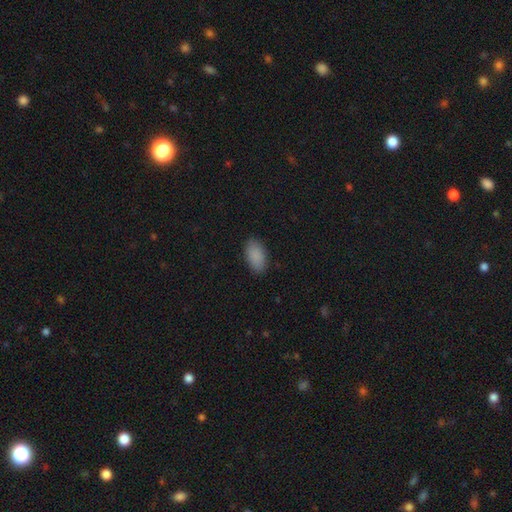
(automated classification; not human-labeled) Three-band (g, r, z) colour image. It shows a smooth galaxy with no disk features (89%) that is in between round and cigar-shaped (94%). Merging: none (87%).